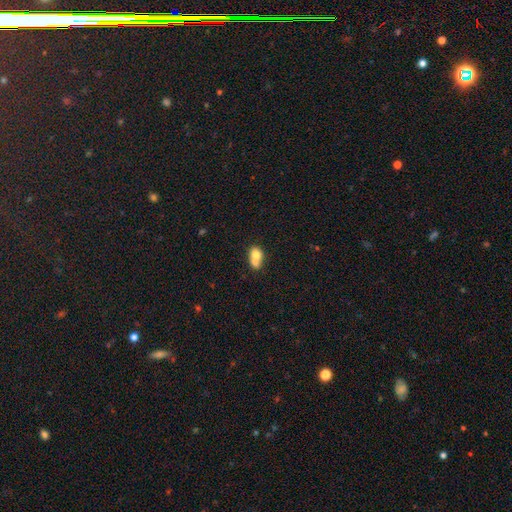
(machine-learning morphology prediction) A smooth galaxy with no disk features (72%) that is in between round and cigar-shaped (52%).

Vote fractions:
- Smooth or featured? smooth: 72% / featured or disk: 19% / star or artifact: 9%
- How rounded? in between: 52% / round: 46% / cigar-shaped: 1%
- Merging? merger: 61% / none: 25% / minor disturbance: 9% / major disturbance: 4%